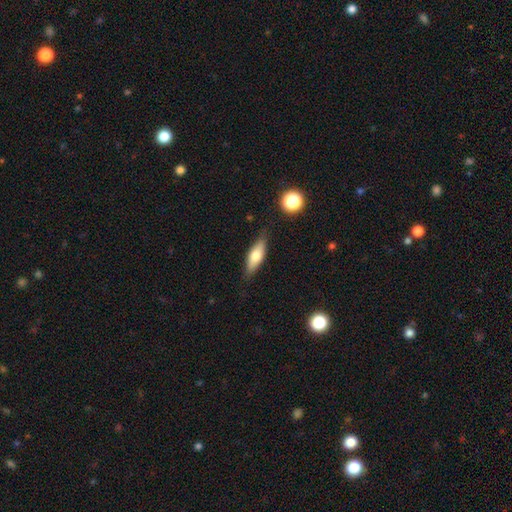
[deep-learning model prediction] Smooth or featured? smooth (64%)
How rounded? in between (57%)
Merging? none (80%)